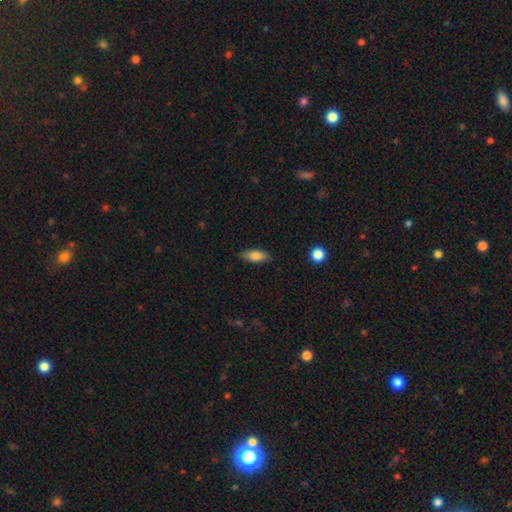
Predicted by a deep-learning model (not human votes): A smooth galaxy with no disk features (80%) that is in between round and cigar-shaped (79%).

Vote fractions:
- Smooth or featured? smooth: 80% / featured or disk: 13% / star or artifact: 7%
- How rounded? in between: 79% / cigar-shaped: 18% / round: 3%
- Merging? none: 82% / minor disturbance: 14% / major disturbance: 3% / merger: 1%